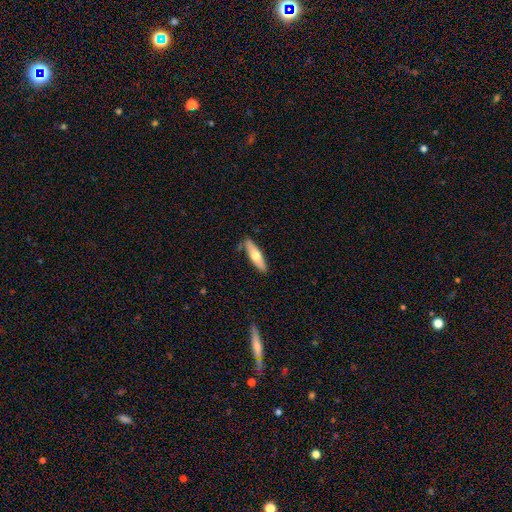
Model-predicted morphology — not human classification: Q: Smooth or featured?
A: smooth (58%); runner-up: featured or disk (37%)
Q: How rounded?
A: cigar-shaped (63%); runner-up: in between (35%)
Q: Merging?
A: none (84%); runner-up: minor disturbance (12%)